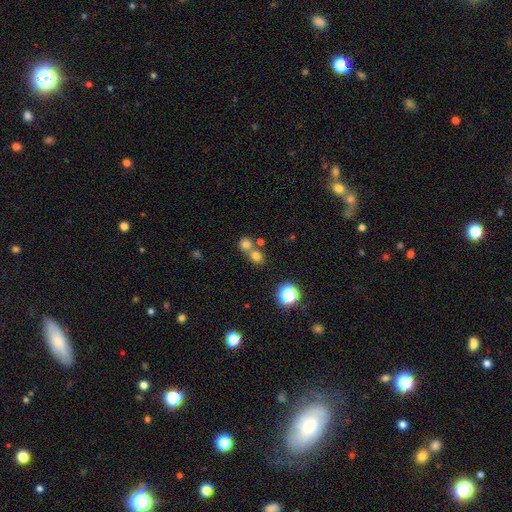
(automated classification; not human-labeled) Q: Smooth or featured?
A: smooth (71%); runner-up: star or artifact (19%)
Q: How rounded?
A: round (78%); runner-up: in between (20%)
Q: Merging?
A: merger (50%); runner-up: none (42%)